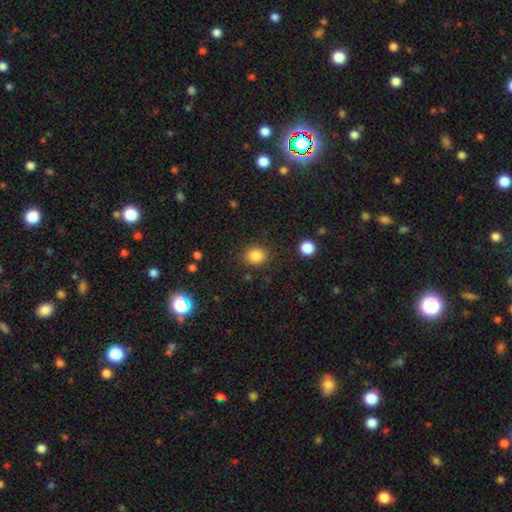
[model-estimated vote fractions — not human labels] Q: Smooth or featured?
A: smooth (85%); runner-up: star or artifact (11%)
Q: How rounded?
A: round (78%); runner-up: in between (21%)
Q: Merging?
A: none (86%); runner-up: minor disturbance (9%)